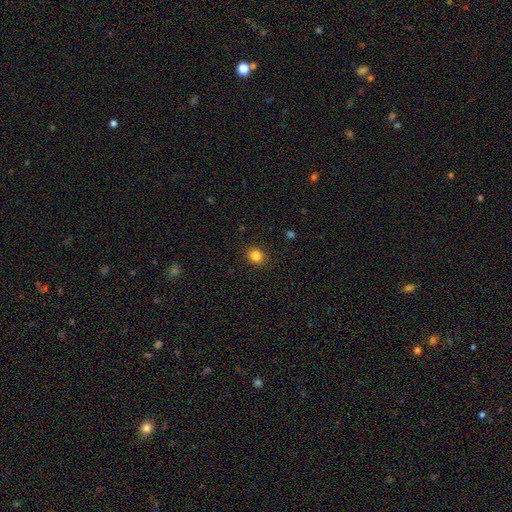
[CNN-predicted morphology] The model was most divided on "how rounded": round: 72%, in between: 27%, cigar-shaped: 1%. More confident: merging — none (89%); smooth or featured — smooth (83%).